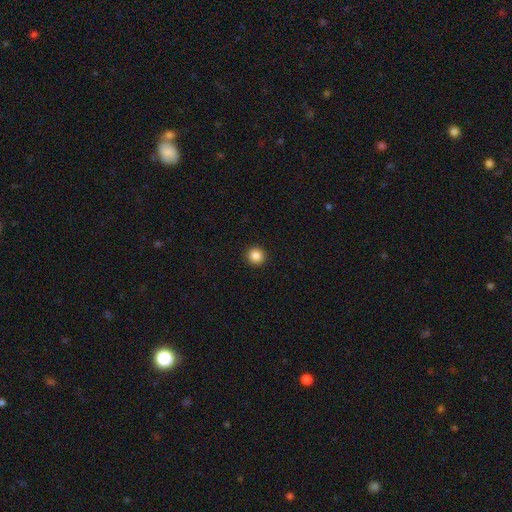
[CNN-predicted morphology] A smooth galaxy with no disk features (86%) that is round (95%). Merging: none (94%).